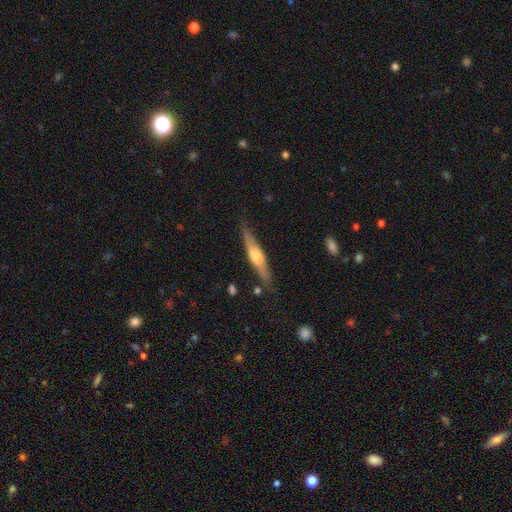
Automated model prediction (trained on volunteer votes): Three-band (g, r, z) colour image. It shows a featured or disk galaxy (58%) viewed edge-on (93%) with a rounded central bulge (84%). Merging: none (82%).